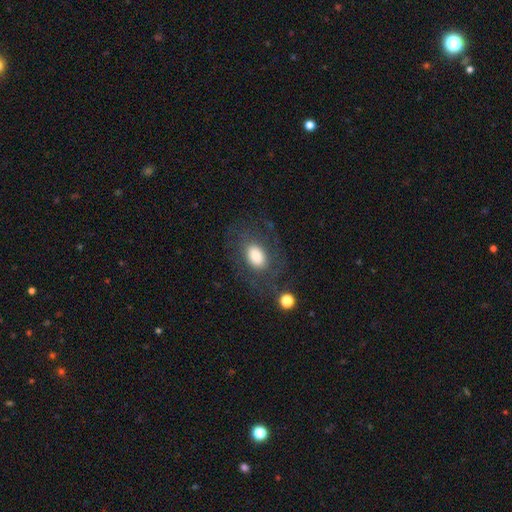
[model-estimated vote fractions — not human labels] Smooth or featured?
  - smooth: 64% *
  - featured or disk: 26%
  - star or artifact: 10%
How rounded?
  - in between: 85% *
  - round: 13%
  - cigar-shaped: 2%
Merging?
  - none: 67% *
  - minor disturbance: 17%
  - major disturbance: 14%
  - merger: 2%